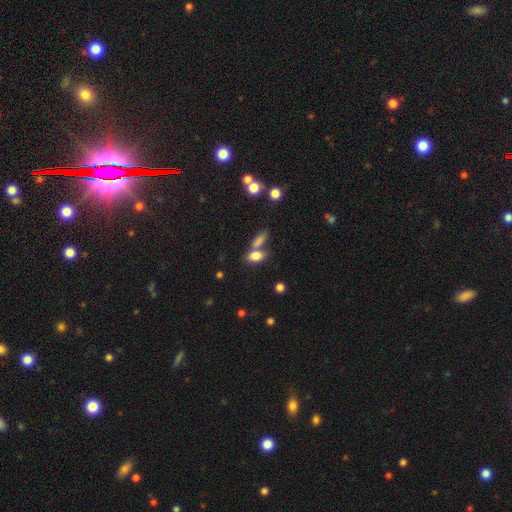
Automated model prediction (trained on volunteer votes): This is clearly a smooth galaxy (81%). How rounded: clearly in between (84%). Merging: possibly none (46%).